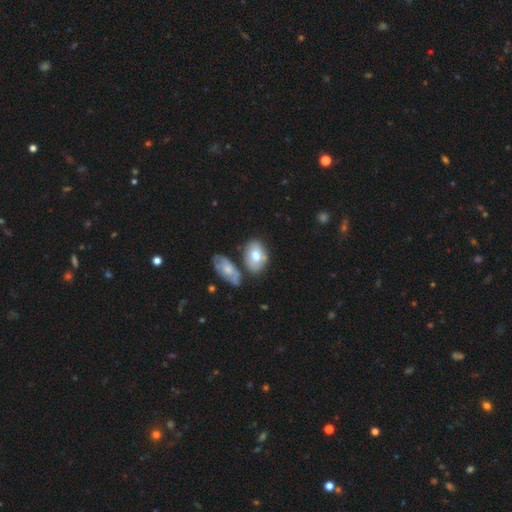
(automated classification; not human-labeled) Smooth or featured: smooth — 67% (featured or disk — 26%)
How rounded: in between — 83% (round — 15%)
Merging: none — 53% (minor disturbance — 22%)